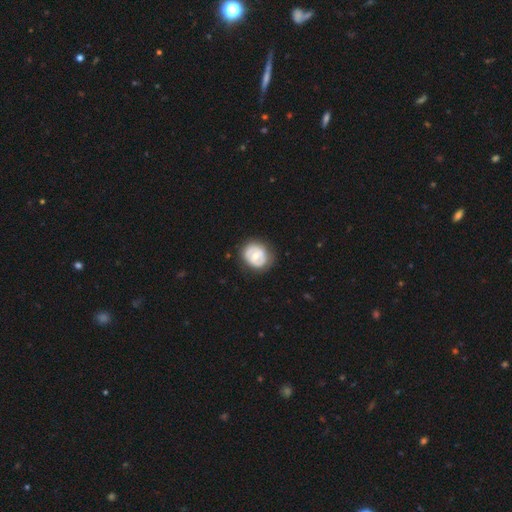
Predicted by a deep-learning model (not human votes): The model was most divided on "smooth or featured": featured or disk: 50%, smooth: 44%, star or artifact: 6%. More confident: edge-on disk — no (96%); merging — none (79%).